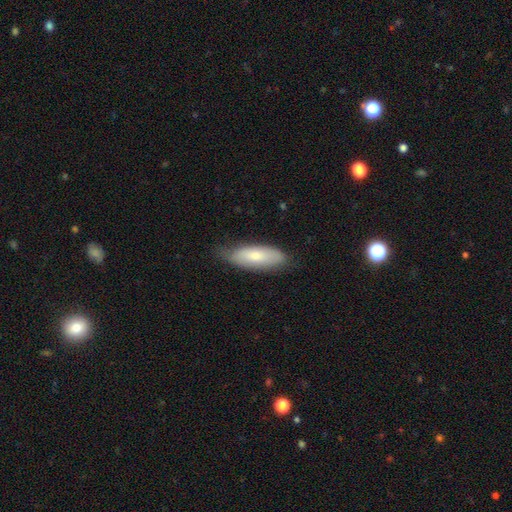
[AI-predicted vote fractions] Smooth or featured: smooth — 70% (featured or disk — 24%)
How rounded: in between — 68% (cigar-shaped — 30%)
Merging: none — 69% (minor disturbance — 25%)